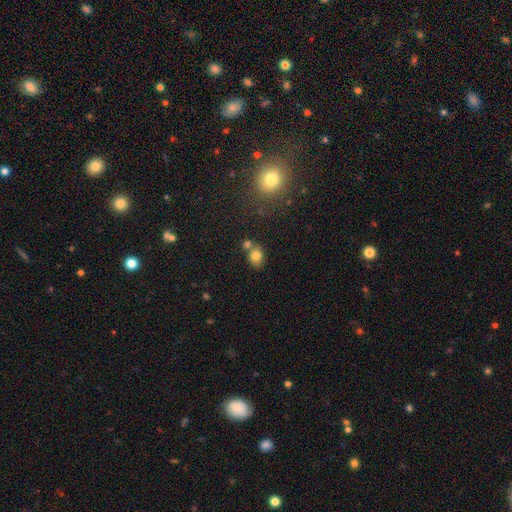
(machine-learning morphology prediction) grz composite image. It shows a smooth galaxy with no disk features (79%) that is round (50%). Merging: none (52%).